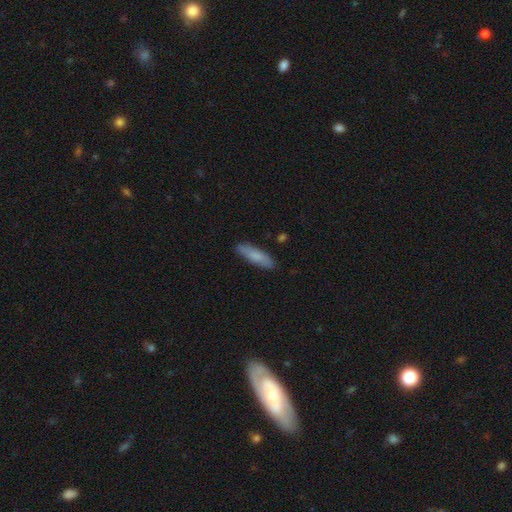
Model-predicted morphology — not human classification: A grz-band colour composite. It shows a smooth galaxy with no disk features (78%) that is cigar-shaped (62%). Merging: none (86%).